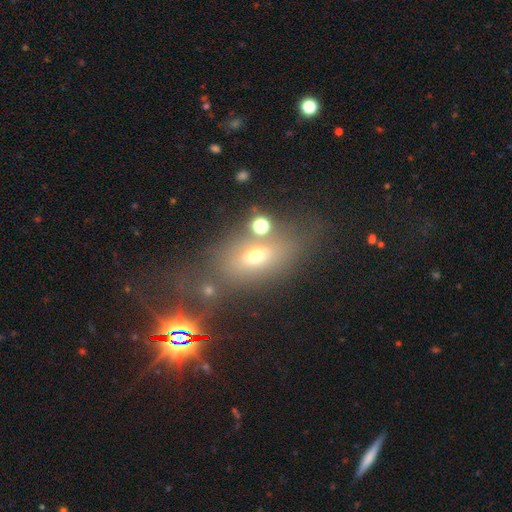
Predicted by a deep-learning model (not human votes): Morphology: type=smooth (51%); roundness=in between (75%); merging=none (63%).